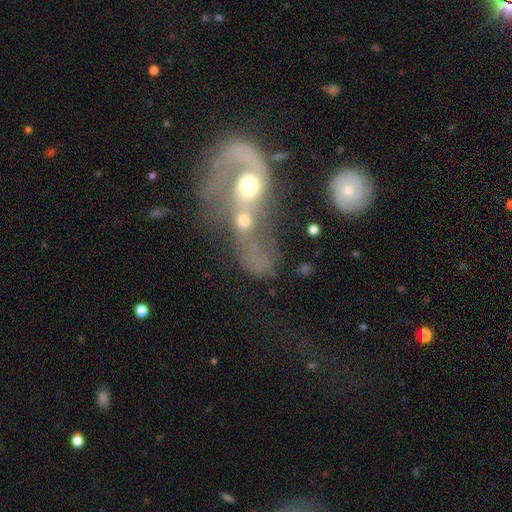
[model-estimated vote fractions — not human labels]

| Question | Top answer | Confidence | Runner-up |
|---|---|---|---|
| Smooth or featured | featured or disk | 68% | smooth (22%) |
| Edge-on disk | no | 96% | yes (4%) |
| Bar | no | 73% | weak (20%) |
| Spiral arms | yes | 63% | no (37%) |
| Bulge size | moderate | 65% | small (18%) |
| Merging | merger | 71% | major disturbance (16%) |